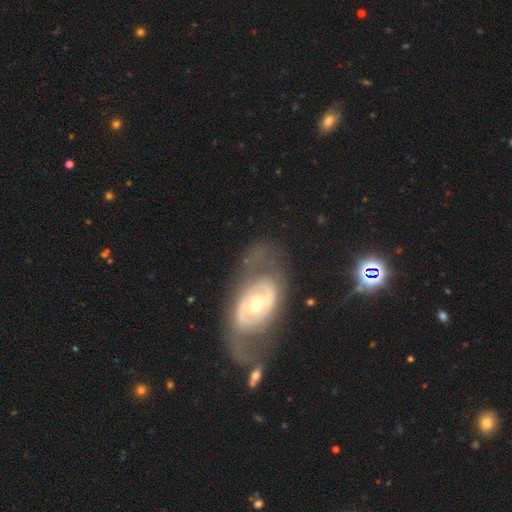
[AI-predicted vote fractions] featured or disk 75%, smooth 18%, star or artifact 7%. Down the decision tree: edge-on disk — no (94%); bar — no (57%); spiral arms — yes (57%); bulge size — moderate (62%); merging — none (58%).